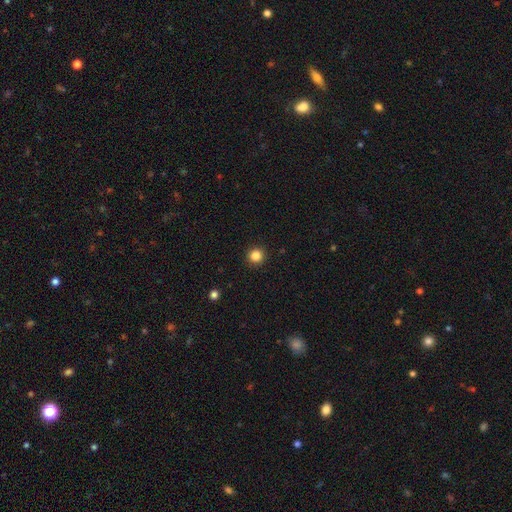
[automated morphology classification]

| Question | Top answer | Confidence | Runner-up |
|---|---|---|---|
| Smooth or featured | smooth | 84% | star or artifact (12%) |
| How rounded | round | 95% | in between (4%) |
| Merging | none | 93% | minor disturbance (4%) |